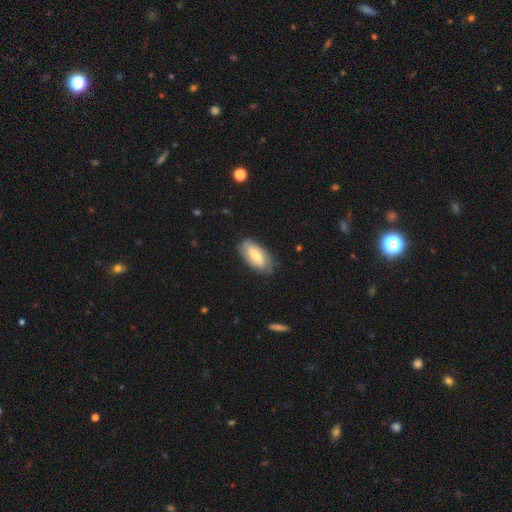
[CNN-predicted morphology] A featured or disk galaxy (48%).

Vote fractions:
- Smooth or featured? featured or disk: 48% / smooth: 45% / star or artifact: 6%
- Merging? none: 76% / minor disturbance: 18% / major disturbance: 4% / merger: 1%